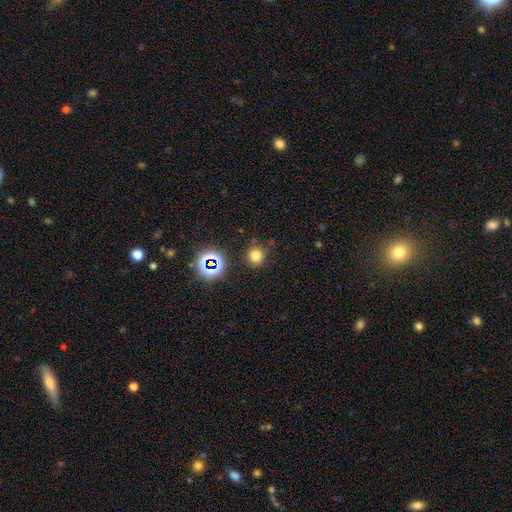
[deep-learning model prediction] A smooth galaxy with no disk features (72%) that is round (91%). Merging: none (84%).